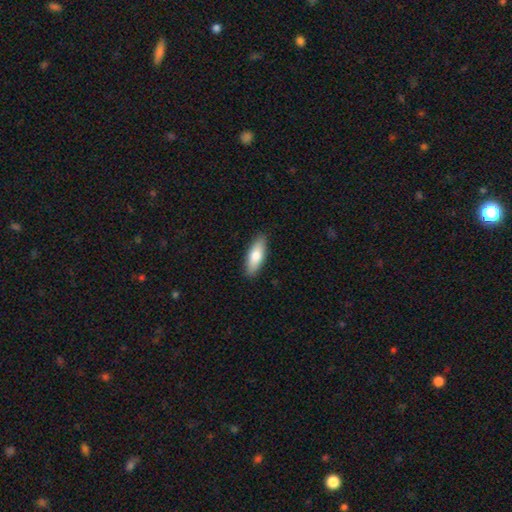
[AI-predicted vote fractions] smooth-or-featured: smooth: 76% | featured or disk: 18% | star or artifact: 6%
  how-rounded: in between: 63% | cigar-shaped: 35% | round: 2%
  merging: none: 89% | minor disturbance: 8% | major disturbance: 2% | merger: 1%